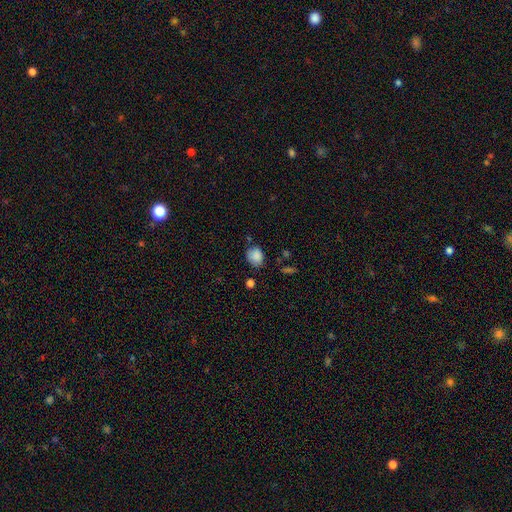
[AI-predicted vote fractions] Overall: smooth (85%). How rounded: round (54%; in between 45%). Merging: none (65%; minor disturbance 25%).